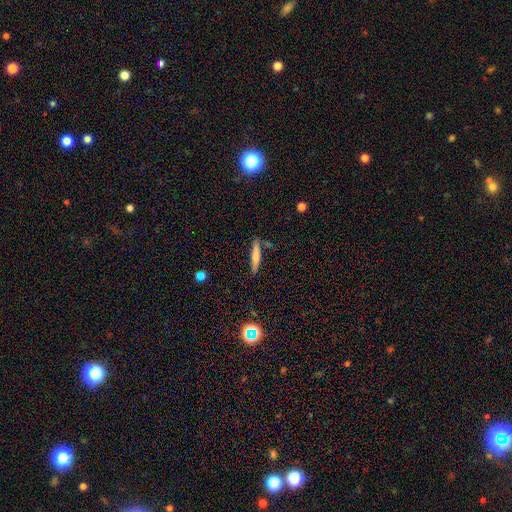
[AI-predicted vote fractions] Q: Smooth or featured?
A: smooth (62%); runner-up: featured or disk (30%)
Q: How rounded?
A: cigar-shaped (89%); runner-up: in between (9%)
Q: Merging?
A: none (80%); runner-up: minor disturbance (12%)